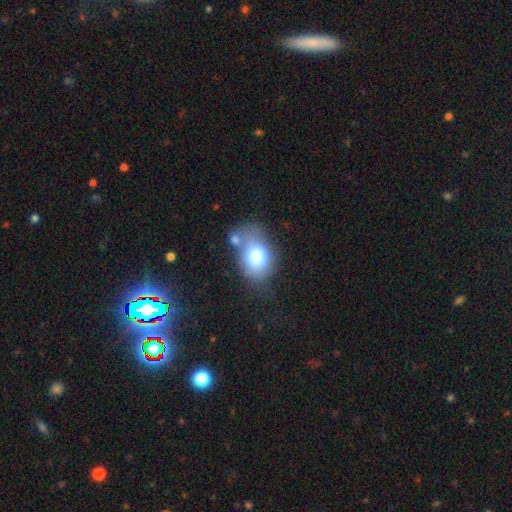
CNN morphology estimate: smooth_or_featured: smooth (p=0.75) [alt: featured or disk p=0.16]
how_rounded: in between (p=0.68) [alt: round p=0.31]
merging: none (p=0.40) [alt: merger p=0.26]